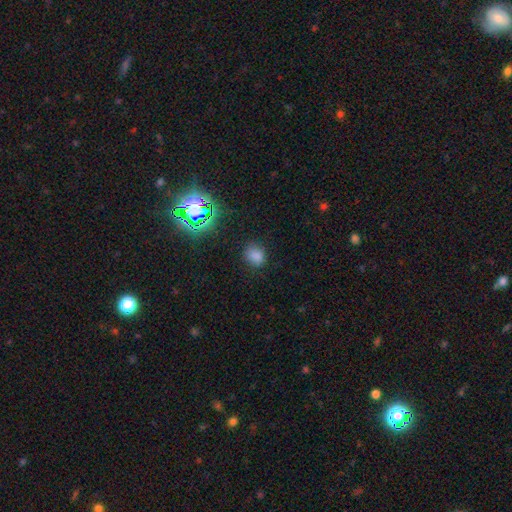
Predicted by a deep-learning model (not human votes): This is likely a smooth galaxy (75%). How rounded: possibly round (60%). Merging: likely none (76%).